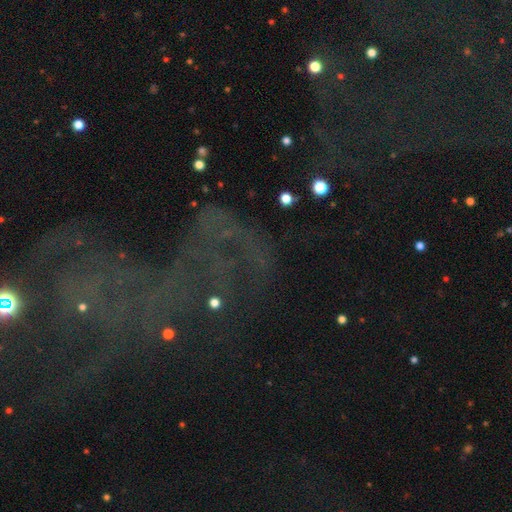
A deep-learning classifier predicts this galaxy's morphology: star or artifact 60%, featured or disk 25%, smooth 15%.